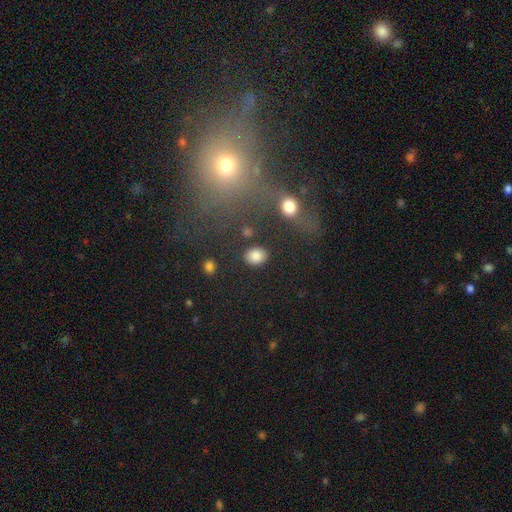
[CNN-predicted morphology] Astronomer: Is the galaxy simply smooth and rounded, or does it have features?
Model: smooth — 85%.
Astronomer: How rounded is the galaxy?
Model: in between — 50% (runner-up: round, 49%).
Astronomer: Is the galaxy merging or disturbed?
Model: none — 84%.